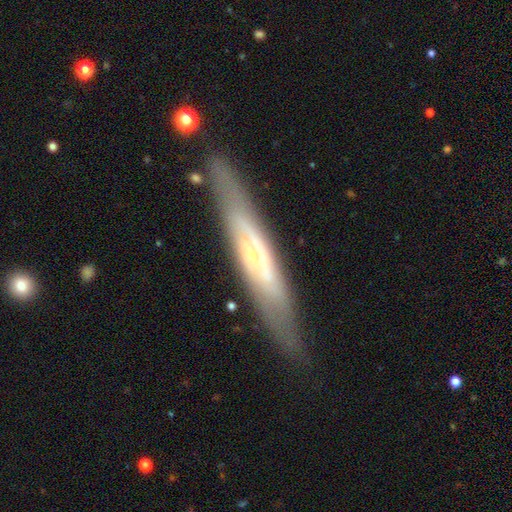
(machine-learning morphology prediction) smooth_or_featured: featured or disk (p=0.64) [alt: smooth p=0.29]
disk_edge_on: yes (p=0.72) [alt: no p=0.28]
merging: none (p=0.81) [alt: minor disturbance p=0.13]